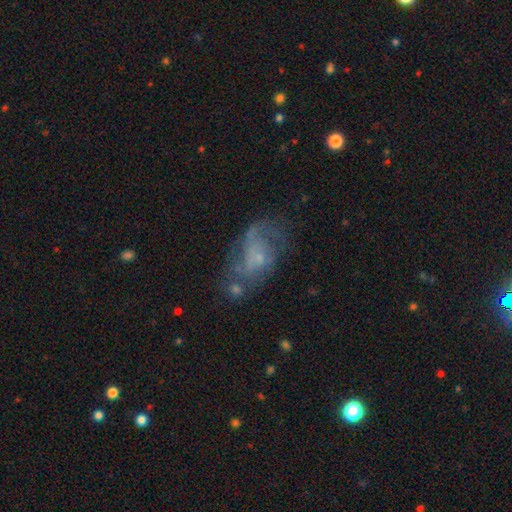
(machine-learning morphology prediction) A featured or disk galaxy (66%) with no bar (73%), spiral arms (72%) and a small central bulge (64%). Merging: none (43%).